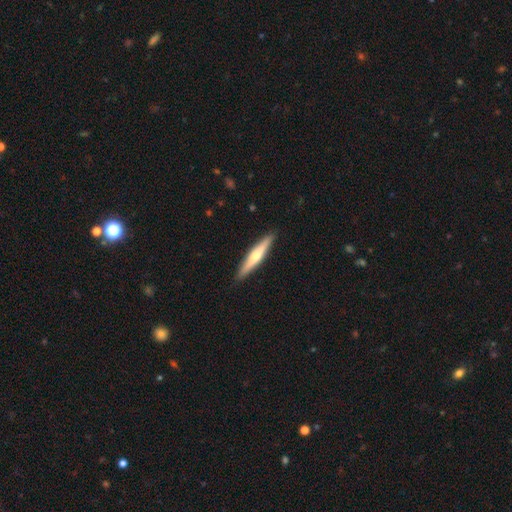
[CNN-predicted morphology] smooth_or_featured: featured or disk (p=0.57) [alt: smooth p=0.38]
disk_edge_on: yes (p=0.96) [alt: no p=0.04]
edge_on_bulge: rounded (p=0.87) [alt: none p=0.09]
merging: none (p=0.91) [alt: minor disturbance p=0.07]